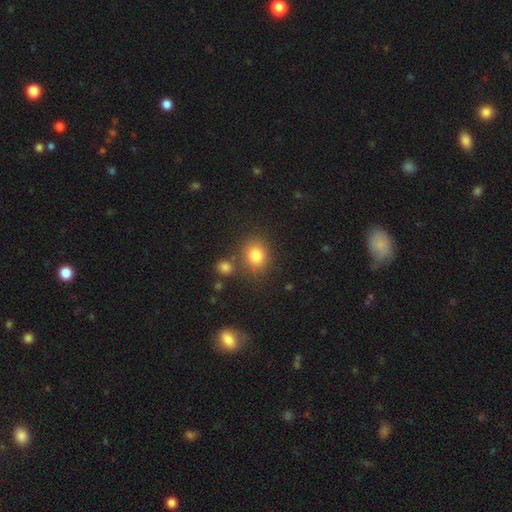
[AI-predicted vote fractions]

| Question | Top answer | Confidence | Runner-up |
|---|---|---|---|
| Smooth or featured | smooth | 81% | star or artifact (11%) |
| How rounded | round | 63% | in between (36%) |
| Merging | none | 74% | minor disturbance (11%) |